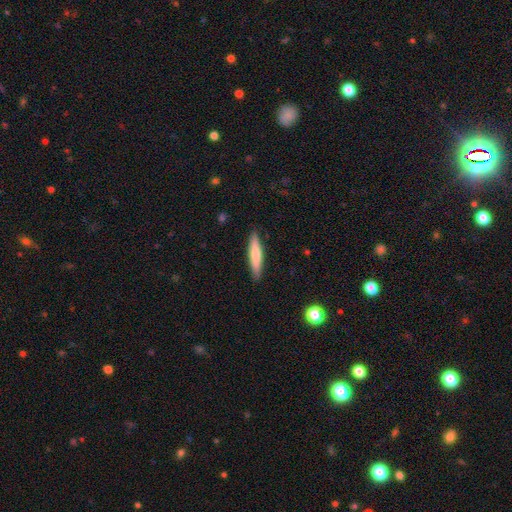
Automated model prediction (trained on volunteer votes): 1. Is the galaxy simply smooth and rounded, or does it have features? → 73% smooth, 22% featured or disk, 5% star or artifact.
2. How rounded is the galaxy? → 88% cigar-shaped, 11% in between, 1% round.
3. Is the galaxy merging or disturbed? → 89% none, 8% minor disturbance, 2% major disturbance, 1% merger.